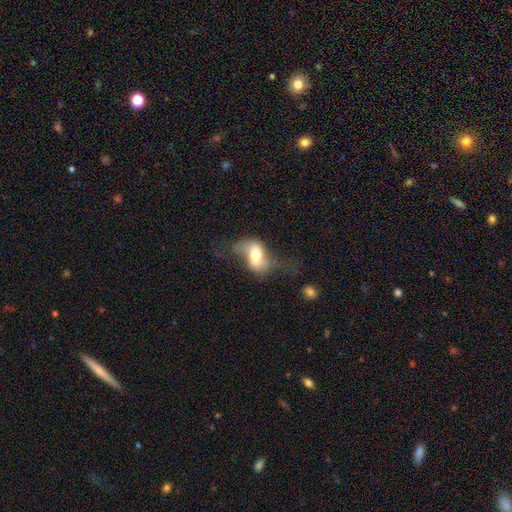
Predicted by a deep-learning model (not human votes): A smooth galaxy with no disk features (51%) that is in between round and cigar-shaped (84%). Merging: none (38%).